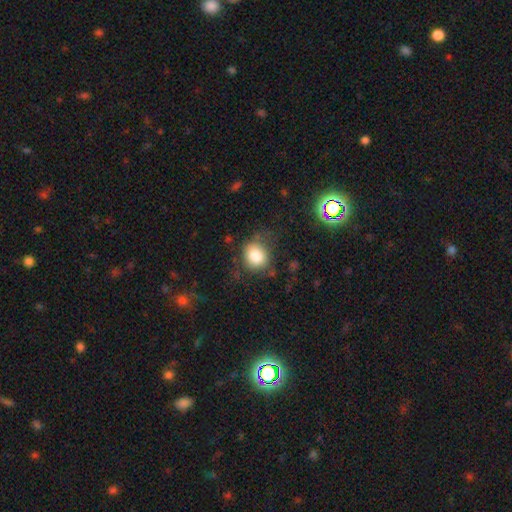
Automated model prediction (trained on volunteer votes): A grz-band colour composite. It shows a smooth galaxy with no disk features (81%) that is round (70%). Merging: none (67%).